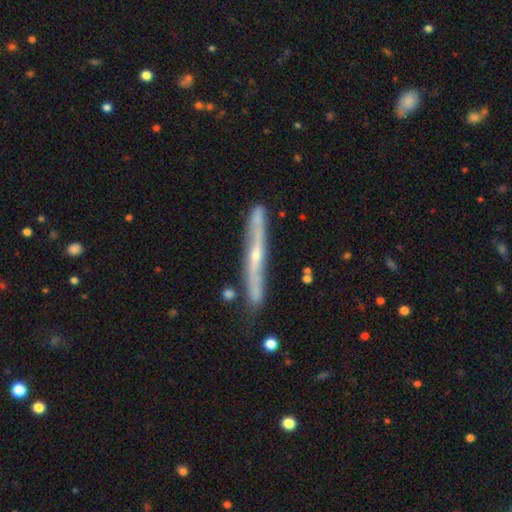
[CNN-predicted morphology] A featured or disk galaxy (74%) viewed edge-on (83%) with a rounded central bulge (64%).

Vote fractions:
- Smooth or featured? featured or disk: 74% / smooth: 21% / star or artifact: 5%
- Edge-on disk? yes: 83% / no: 17%
- Edge-on bulge? rounded: 64% / none: 31% / boxy: 4%
- Merging? none: 72% / minor disturbance: 20% / merger: 4% / major disturbance: 4%